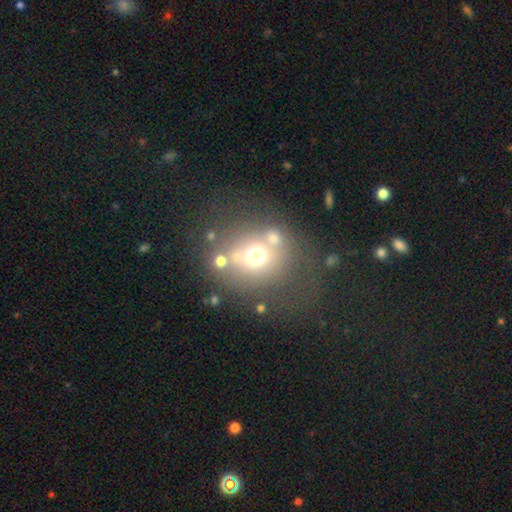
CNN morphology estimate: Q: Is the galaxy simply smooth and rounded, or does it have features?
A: smooth — 60%.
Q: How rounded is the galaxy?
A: round — 77%.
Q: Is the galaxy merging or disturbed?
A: none — 58%.